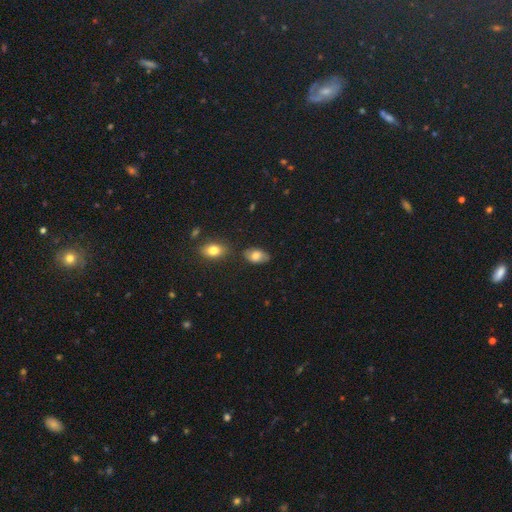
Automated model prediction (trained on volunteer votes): Smooth or featured? smooth (75%)
How rounded? in between (91%)
Merging? none (76%)